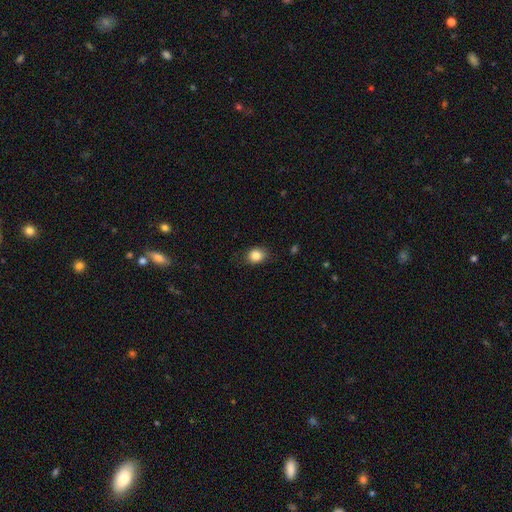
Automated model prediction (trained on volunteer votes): Smooth or featured? smooth (84%)
How rounded? round (55%)
Merging? none (80%)